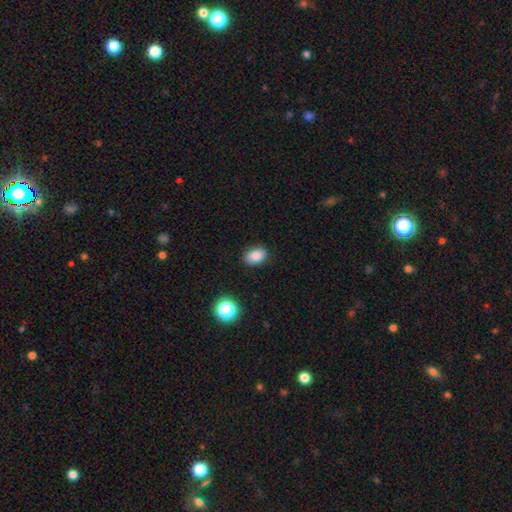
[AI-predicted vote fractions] A smooth galaxy with no disk features (85%) that is in between round and cigar-shaped (79%).

Vote fractions:
- Smooth or featured? smooth: 85% / star or artifact: 10% / featured or disk: 5%
- How rounded? in between: 79% / round: 20% / cigar-shaped: 1%
- Merging? none: 87% / minor disturbance: 10% / major disturbance: 2% / merger: 1%